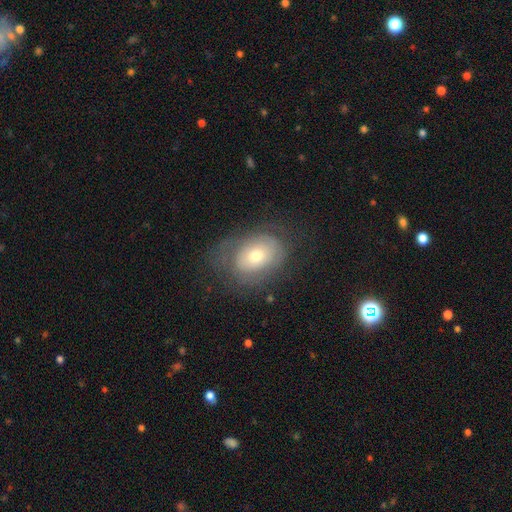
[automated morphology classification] This is possibly a smooth galaxy (52%). How rounded: likely in between (75%). Merging: likely none (61%).